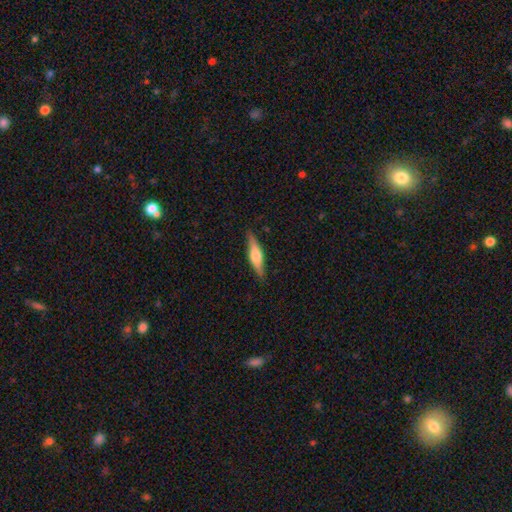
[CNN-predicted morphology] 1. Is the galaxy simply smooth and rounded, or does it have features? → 50% featured or disk, 44% smooth, 6% star or artifact.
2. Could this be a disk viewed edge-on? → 93% yes, 7% no.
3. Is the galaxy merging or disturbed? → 86% none, 11% minor disturbance, 2% major disturbance, 1% merger.